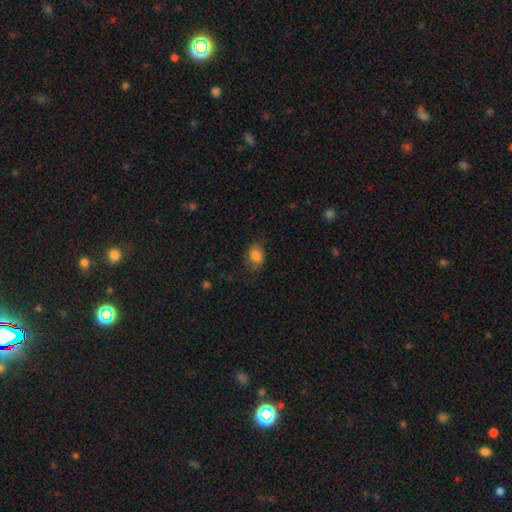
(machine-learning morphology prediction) Overall: smooth (80%). How rounded: in between (74%). Merging: none (60%; minor disturbance 26%).